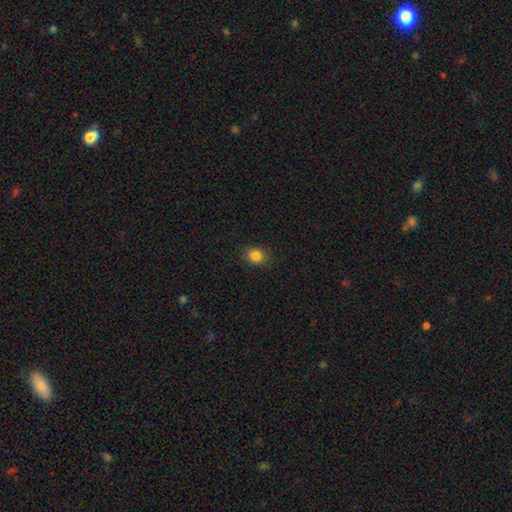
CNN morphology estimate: This is clearly a smooth galaxy (84%). How rounded: likely round (68%). Merging: clearly none (87%).